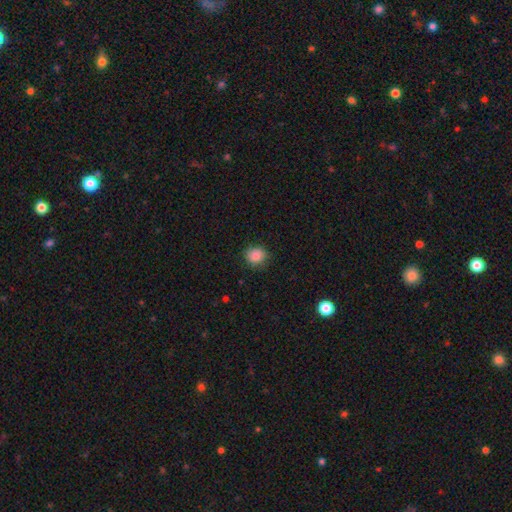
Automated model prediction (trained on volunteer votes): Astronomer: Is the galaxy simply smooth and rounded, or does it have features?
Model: smooth — 87%.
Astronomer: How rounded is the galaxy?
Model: round — 82%.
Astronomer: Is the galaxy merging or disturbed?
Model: none — 82%.